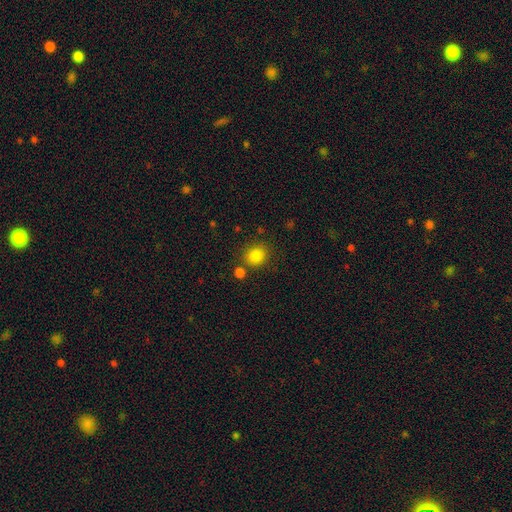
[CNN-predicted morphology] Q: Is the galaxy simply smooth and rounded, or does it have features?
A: smooth — 83%.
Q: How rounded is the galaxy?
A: round — 78%.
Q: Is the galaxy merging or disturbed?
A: none — 78%.